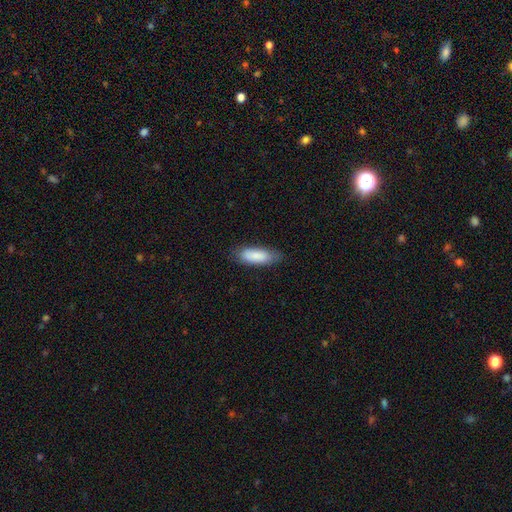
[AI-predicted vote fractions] Morphology: type=smooth (85%); roundness=in between (66%); merging=none (76%).